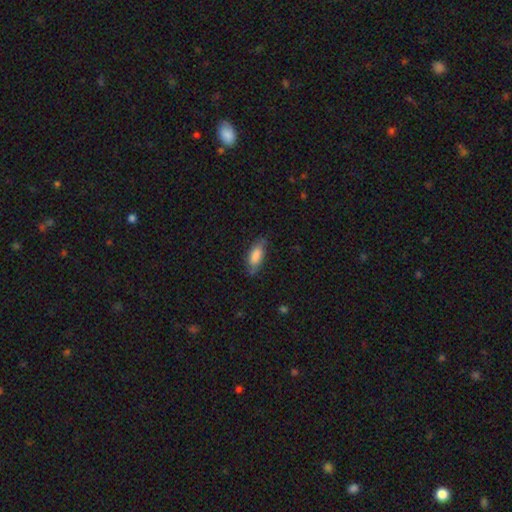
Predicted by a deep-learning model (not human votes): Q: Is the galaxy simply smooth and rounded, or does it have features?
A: smooth — 74%.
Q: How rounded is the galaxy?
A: in between — 77%.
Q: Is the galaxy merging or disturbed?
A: none — 70%.